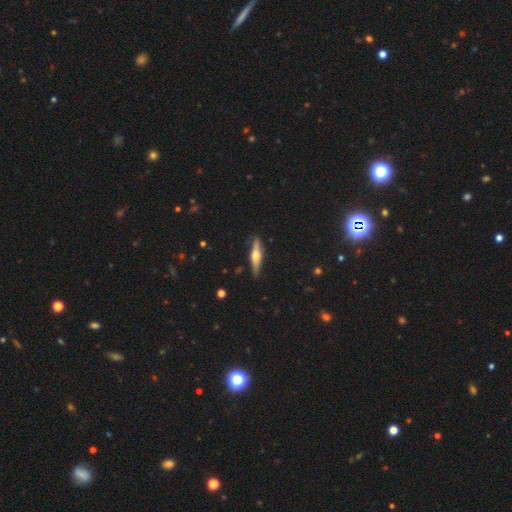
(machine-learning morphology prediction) The model was most divided on "smooth or featured": featured or disk: 68%, smooth: 27%, star or artifact: 5%. More confident: edge-on disk — yes (96%); edge-on bulge — rounded (94%); merging — none (89%).